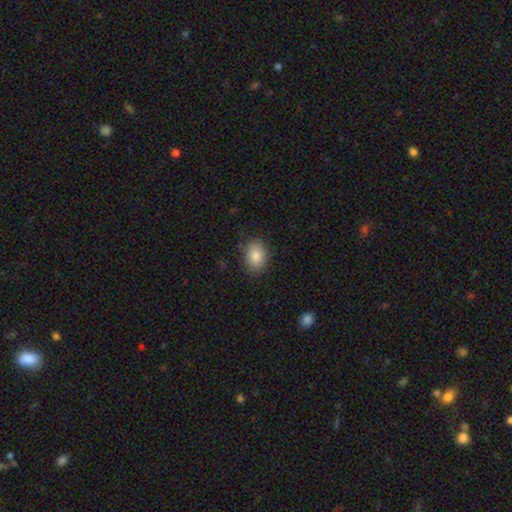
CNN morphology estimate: A smooth galaxy with no disk features (85%) that is in between round and cigar-shaped (72%). Merging: none (85%).